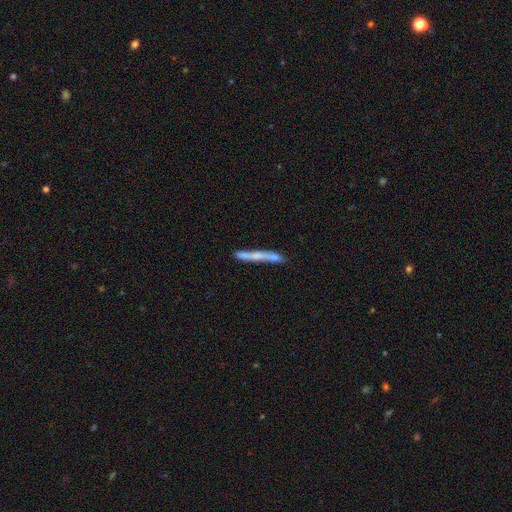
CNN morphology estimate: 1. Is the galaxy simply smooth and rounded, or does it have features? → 50% smooth, 43% featured or disk, 7% star or artifact.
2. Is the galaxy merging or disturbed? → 64% none, 18% minor disturbance, 12% merger, 6% major disturbance.